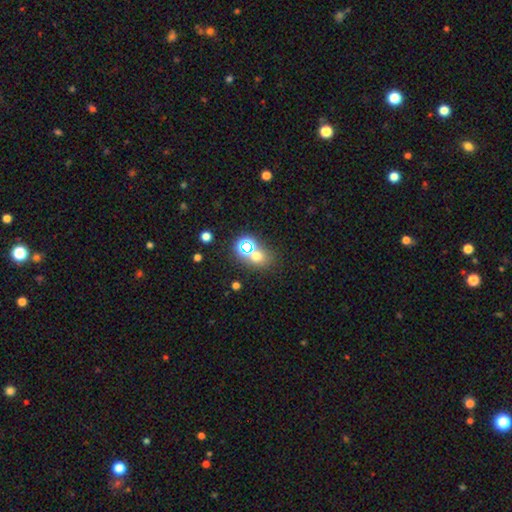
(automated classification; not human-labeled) smooth 56%, star or artifact 33%, featured or disk 11%. Down the decision tree: how rounded — round (62%); merging — none (61%).